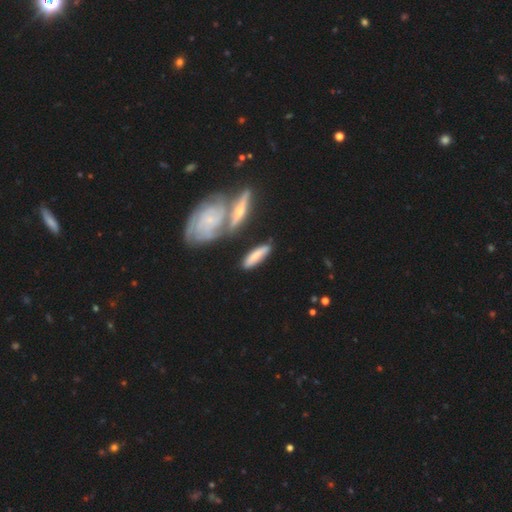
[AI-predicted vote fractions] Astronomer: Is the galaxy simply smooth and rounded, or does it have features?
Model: smooth — 64%.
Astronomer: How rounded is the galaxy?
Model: cigar-shaped — 61%.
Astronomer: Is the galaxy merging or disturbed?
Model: none — 72%.